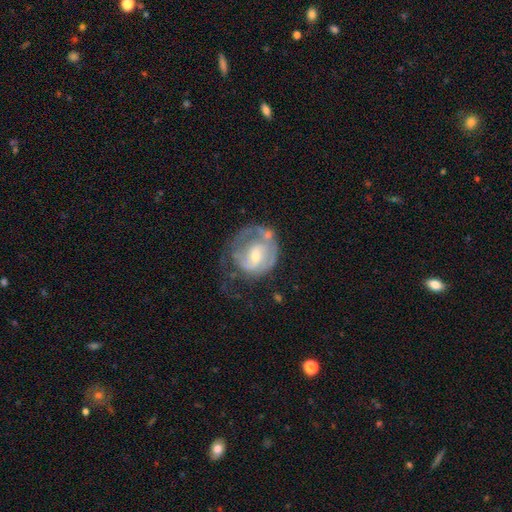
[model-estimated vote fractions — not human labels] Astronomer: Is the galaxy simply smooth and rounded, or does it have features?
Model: featured or disk — 69%.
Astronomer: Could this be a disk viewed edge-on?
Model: no — 97%.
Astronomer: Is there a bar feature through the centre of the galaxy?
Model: weak — 46% (runner-up: no, 44%).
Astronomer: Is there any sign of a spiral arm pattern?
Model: yes — 70%.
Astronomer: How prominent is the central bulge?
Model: moderate — 48% (runner-up: small, 44%).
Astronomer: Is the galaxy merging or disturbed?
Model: major disturbance — 34% (runner-up: none, 33%).